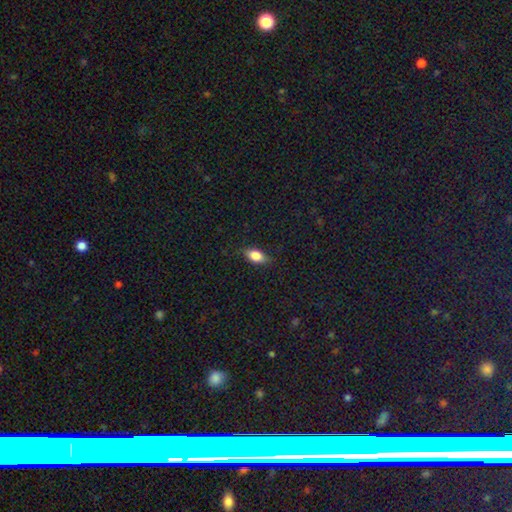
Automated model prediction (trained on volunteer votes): The model was most divided on "smooth or featured": smooth: 77%, featured or disk: 14%, star or artifact: 8%. More confident: how rounded — in between (84%); merging — none (81%).